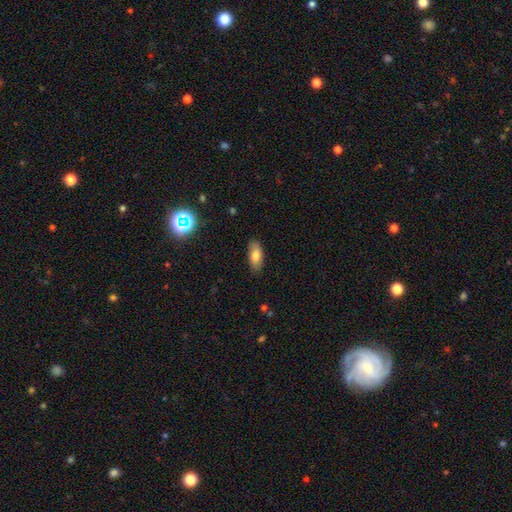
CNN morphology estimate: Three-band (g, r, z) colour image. It shows a smooth galaxy with no disk features (76%) that is in between round and cigar-shaped (86%). Merging: none (84%).